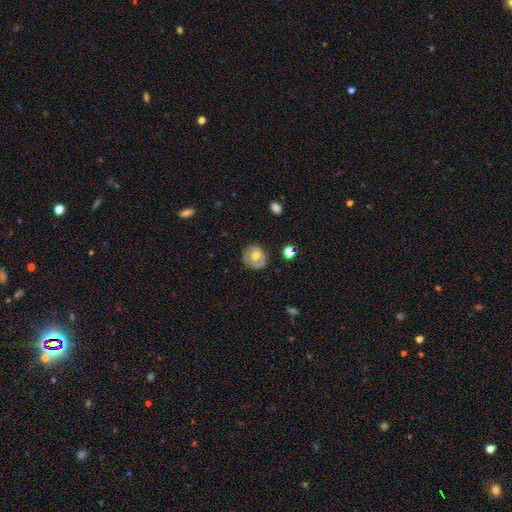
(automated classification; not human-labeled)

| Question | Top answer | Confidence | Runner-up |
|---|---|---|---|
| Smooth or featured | smooth | 49% | featured or disk (43%) |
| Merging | none | 77% | minor disturbance (17%) |